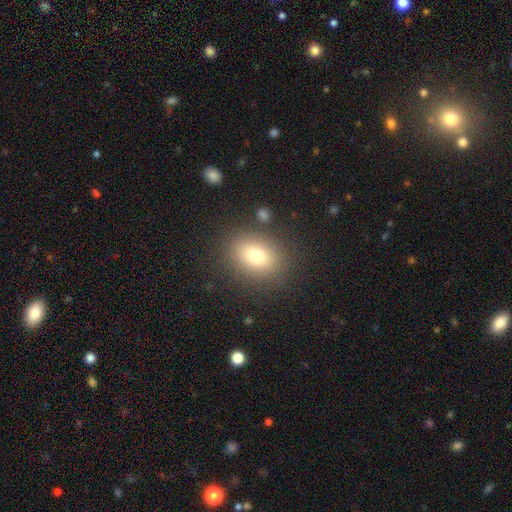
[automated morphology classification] type=smooth (76%); roundness=in between (65%); merging=none (84%).